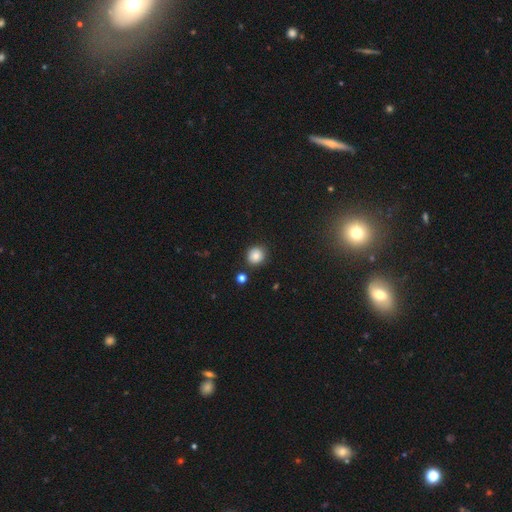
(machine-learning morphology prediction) Smooth or featured?
  - smooth: 82% *
  - star or artifact: 11%
  - featured or disk: 7%
How rounded?
  - round: 87% *
  - in between: 12%
  - cigar-shaped: 1%
Merging?
  - none: 85% *
  - minor disturbance: 9%
  - merger: 4%
  - major disturbance: 2%